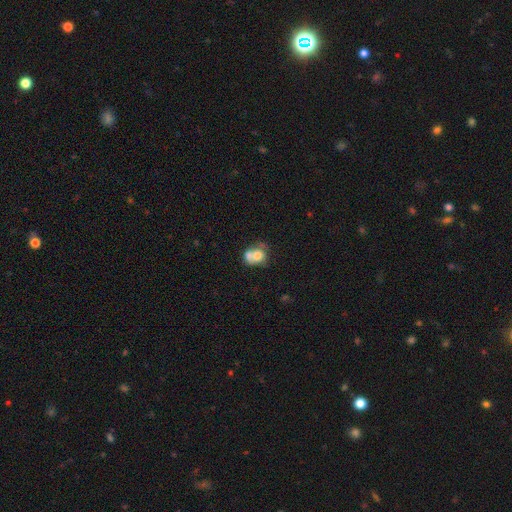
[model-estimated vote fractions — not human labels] Overall: smooth (66%). How rounded: round (57%; in between 42%). Merging: merger (58%; none 23%).